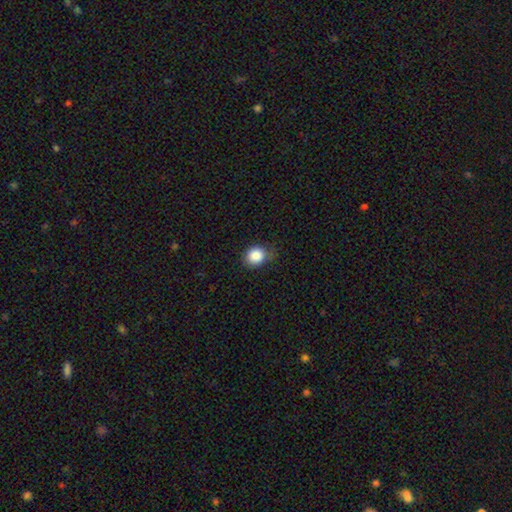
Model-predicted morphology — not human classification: This appears to be a smooth galaxy with no disk features (86%) that is round (69%). Merging: none (67%).